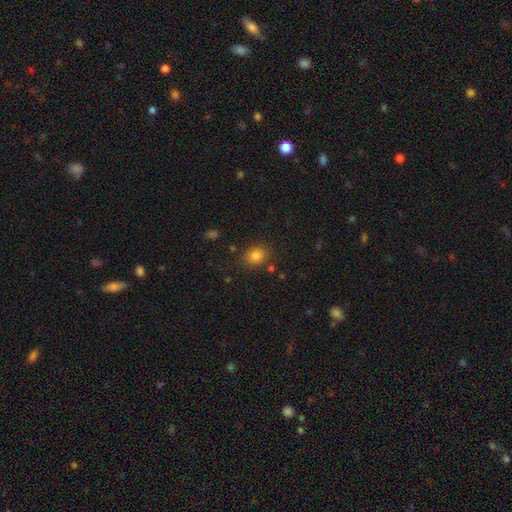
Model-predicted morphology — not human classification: Overall: smooth (82%). How rounded: round (66%; in between 33%). Merging: none (83%).